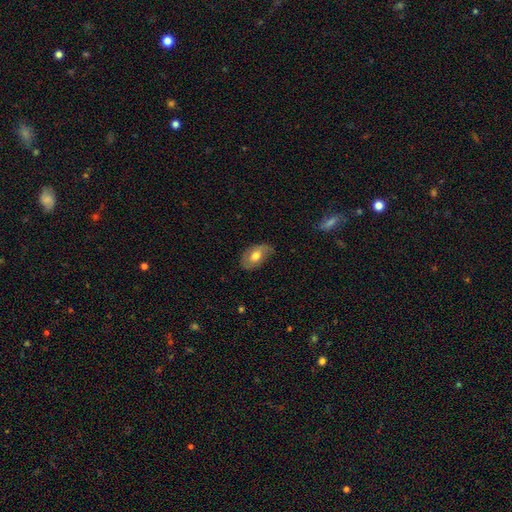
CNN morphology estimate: This appears to be a smooth galaxy with no disk features (63%) that is in between round and cigar-shaped (90%). Merging: none (66%).